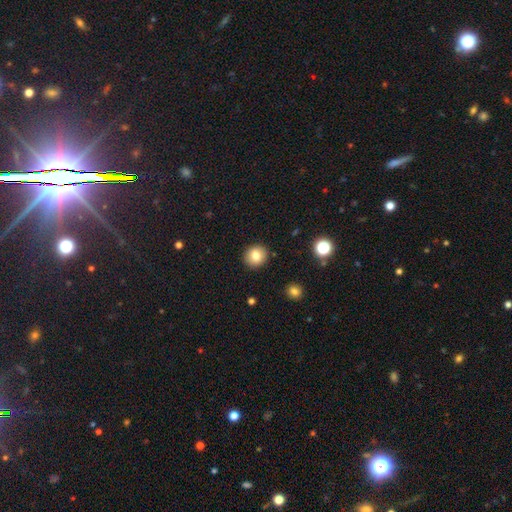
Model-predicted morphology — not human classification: type=smooth (82%); roundness=round (82%); merging=none (90%).